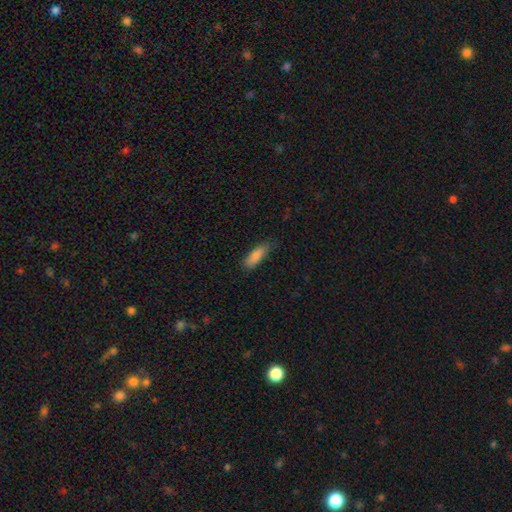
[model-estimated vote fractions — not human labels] This appears to be a smooth galaxy with no disk features (83%) that is in between round and cigar-shaped (52%). Merging: none (75%).